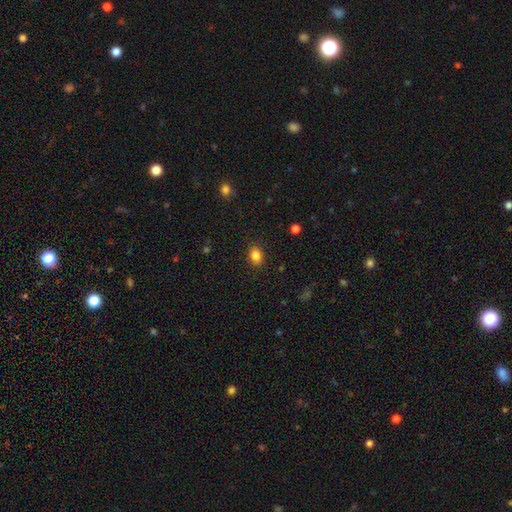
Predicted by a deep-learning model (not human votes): Smooth or featured? smooth (85%)
How rounded? in between (64%)
Merging? none (87%)